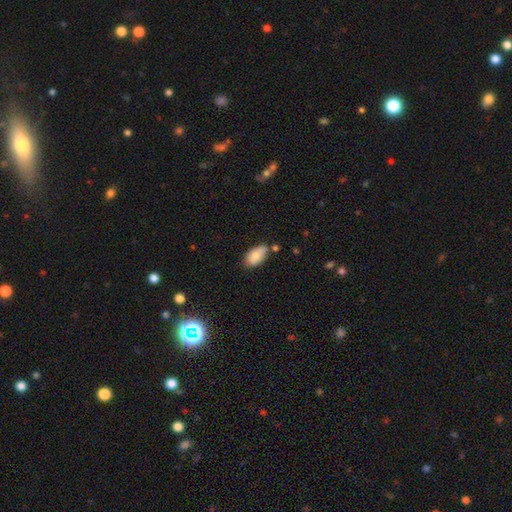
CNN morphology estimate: smooth-or-featured: smooth: 84% | featured or disk: 9% | star or artifact: 7%
  how-rounded: in between: 94% | round: 3% | cigar-shaped: 2%
  merging: none: 66% | minor disturbance: 23% | merger: 7% | major disturbance: 4%